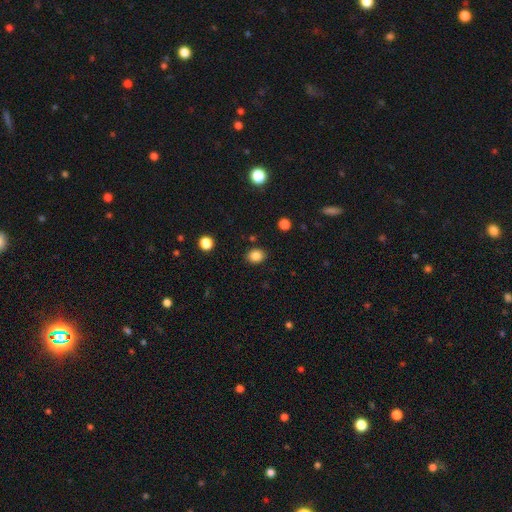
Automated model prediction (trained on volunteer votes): Overall: smooth (85%). How rounded: round (55%; in between 44%). Merging: none (88%).